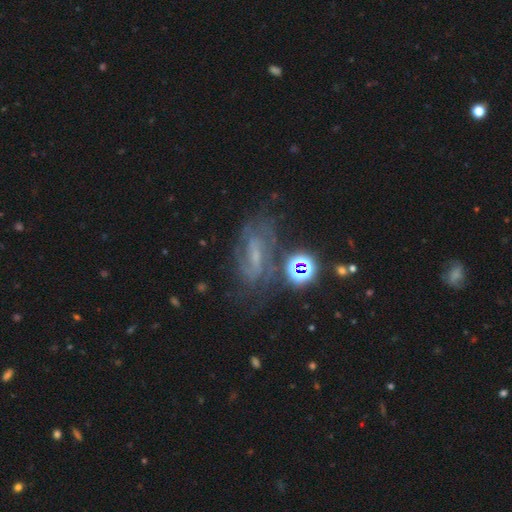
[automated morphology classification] Smooth or featured: featured or disk — 66% (star or artifact — 18%)
Edge-on disk: no — 91% (yes — 9%)
Bar: weak — 46% (strong — 28%)
Spiral arms: yes — 82% (no — 18%)
Bulge size: small — 51% (none — 24%)
Merging: none — 59% (minor disturbance — 19%)